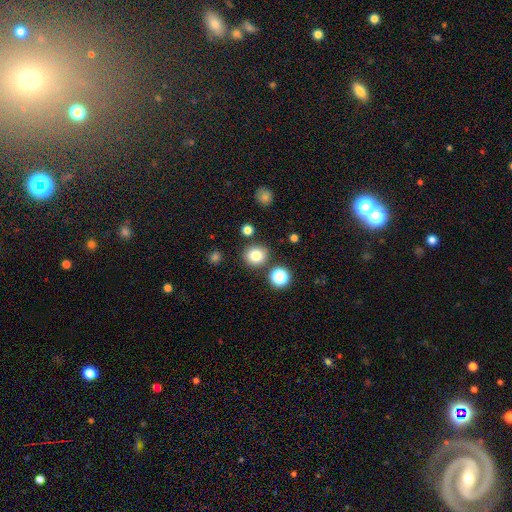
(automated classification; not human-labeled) Morphology: type=smooth (80%); roundness=round (87%); merging=none (83%).